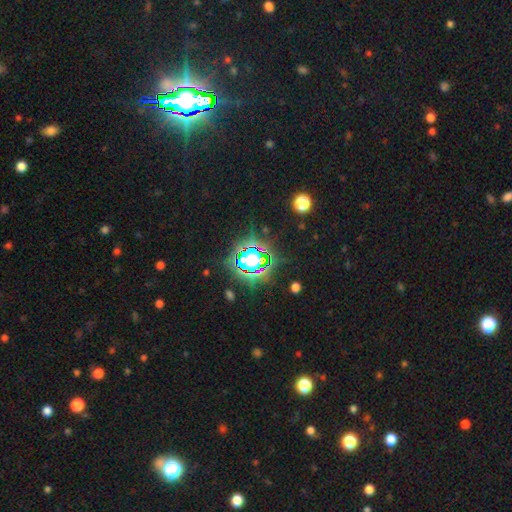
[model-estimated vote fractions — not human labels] Smooth or featured?
  - star or artifact: 81% *
  - smooth: 11%
  - featured or disk: 7%